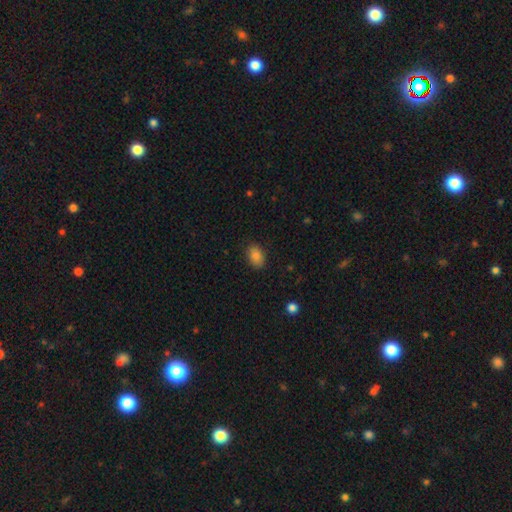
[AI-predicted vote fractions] Q: Smooth or featured?
A: smooth (85%); runner-up: star or artifact (9%)
Q: How rounded?
A: in between (84%); runner-up: round (15%)
Q: Merging?
A: none (86%); runner-up: minor disturbance (10%)